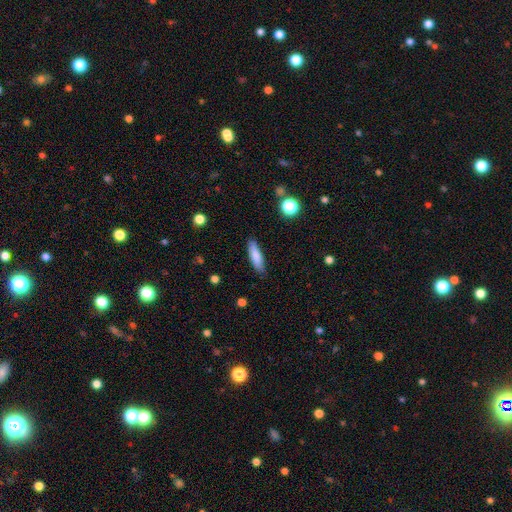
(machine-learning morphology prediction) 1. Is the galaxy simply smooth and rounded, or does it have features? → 81% smooth, 12% featured or disk, 7% star or artifact.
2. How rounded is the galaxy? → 60% cigar-shaped, 38% in between, 2% round.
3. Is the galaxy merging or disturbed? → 86% none, 11% minor disturbance, 2% major disturbance, 1% merger.